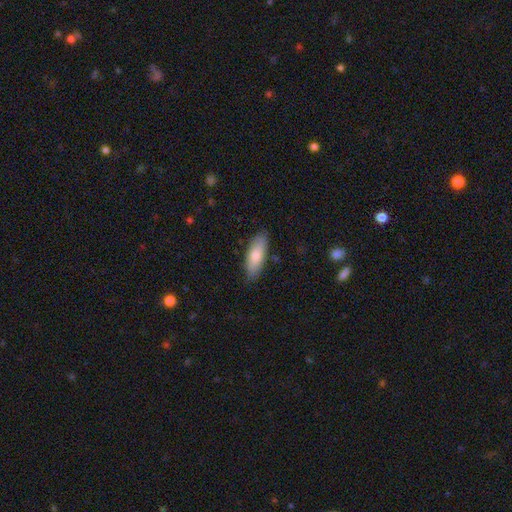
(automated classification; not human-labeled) Overall: smooth (79%). How rounded: in between (67%; cigar-shaped 31%). Merging: none (84%).